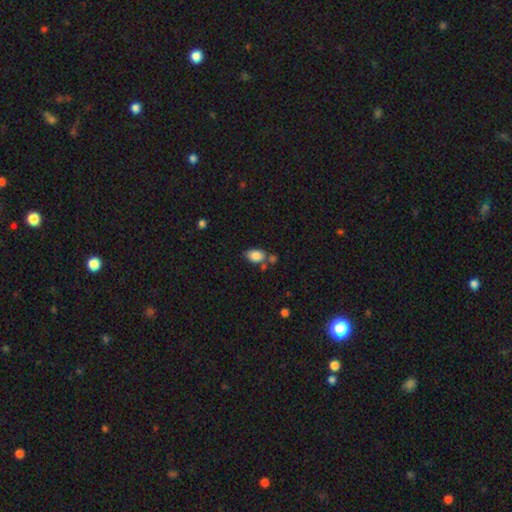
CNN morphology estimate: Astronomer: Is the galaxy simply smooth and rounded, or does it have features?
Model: smooth — 86%.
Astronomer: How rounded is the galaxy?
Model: in between — 86%.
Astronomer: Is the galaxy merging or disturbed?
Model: none — 59%.